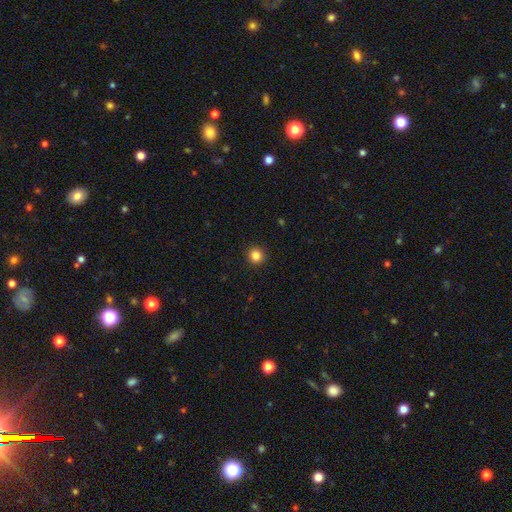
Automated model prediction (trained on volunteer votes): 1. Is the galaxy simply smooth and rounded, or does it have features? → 85% smooth, 11% star or artifact, 4% featured or disk.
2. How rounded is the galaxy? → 94% round, 5% in between, 1% cigar-shaped.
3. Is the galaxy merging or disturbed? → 93% none, 5% minor disturbance, 2% major disturbance, 1% merger.